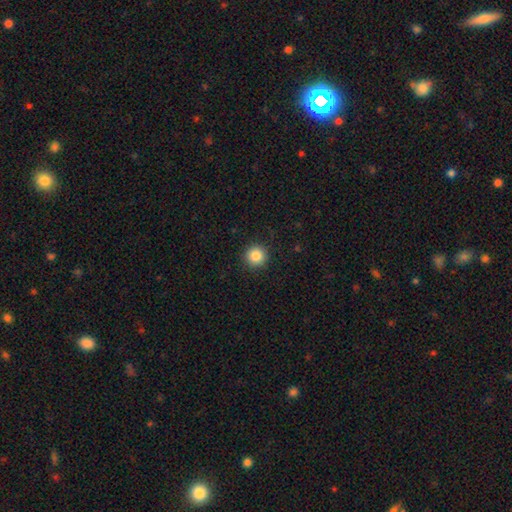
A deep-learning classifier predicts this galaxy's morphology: Smooth or featured? Predicted: smooth (p=0.86). How rounded? Predicted: round (p=0.95). Merging? Predicted: none (p=0.92).